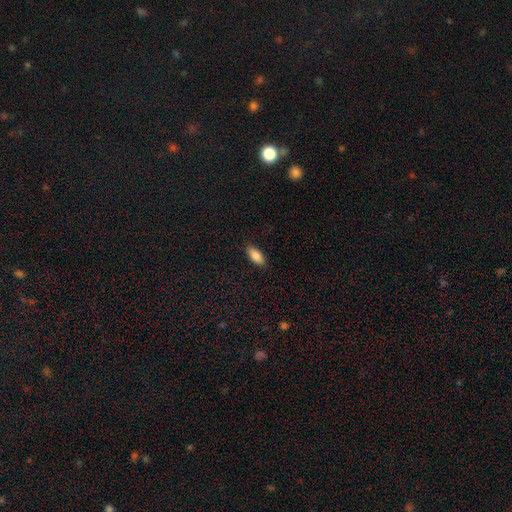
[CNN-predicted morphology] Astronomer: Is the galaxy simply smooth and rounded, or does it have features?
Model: smooth — 88%.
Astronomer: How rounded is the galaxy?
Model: in between — 86%.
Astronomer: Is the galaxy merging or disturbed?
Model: none — 87%.